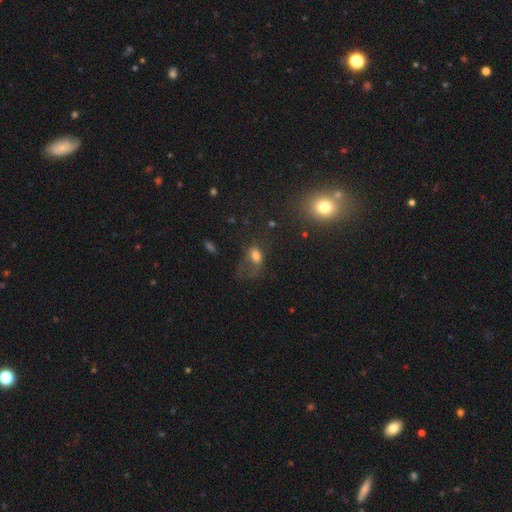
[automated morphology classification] Smooth or featured?
  - smooth: 64% *
  - featured or disk: 19%
  - star or artifact: 17%
How rounded?
  - in between: 74% *
  - round: 23%
  - cigar-shaped: 3%
Merging?
  - major disturbance: 49% *
  - none: 27%
  - minor disturbance: 19%
  - merger: 5%